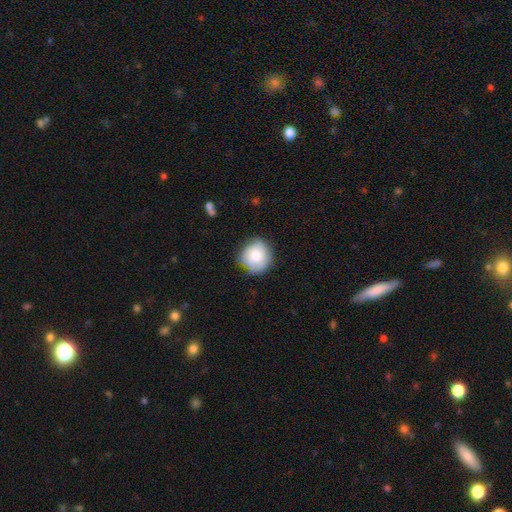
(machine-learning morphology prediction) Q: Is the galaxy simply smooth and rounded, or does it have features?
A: smooth — 77%.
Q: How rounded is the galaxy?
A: round — 83%.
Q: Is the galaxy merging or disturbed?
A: none — 72%.